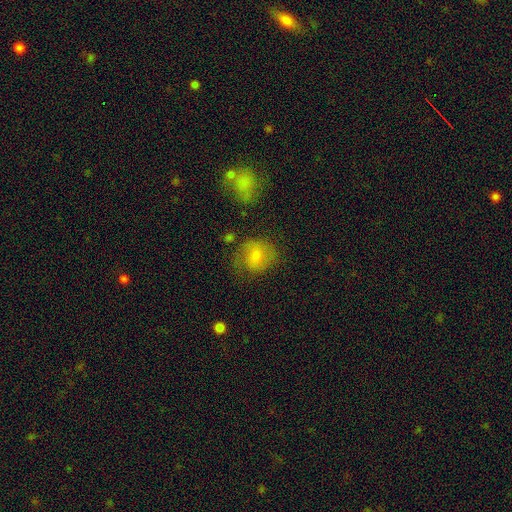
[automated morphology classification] Smooth or featured? smooth (64%)
How rounded? round (70%)
Merging? none (60%)